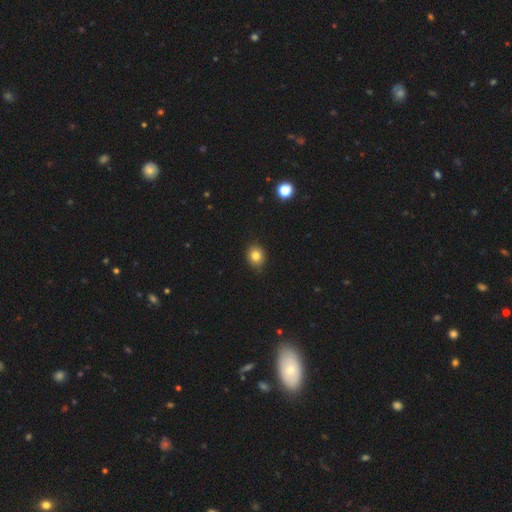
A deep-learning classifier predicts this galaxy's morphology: Smooth or featured? Predicted: smooth (p=0.82). How rounded? Predicted: round (p=0.70). Merging? Predicted: none (p=0.87).